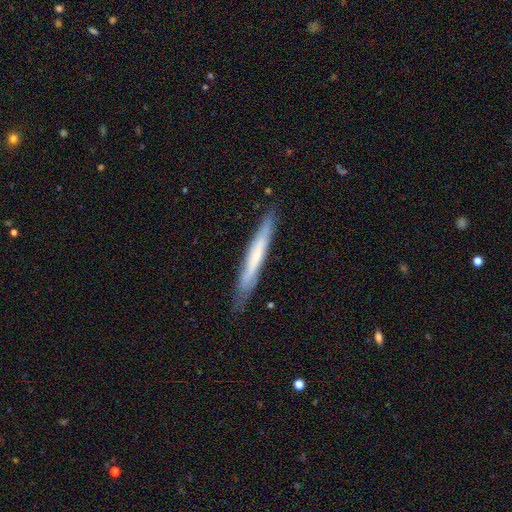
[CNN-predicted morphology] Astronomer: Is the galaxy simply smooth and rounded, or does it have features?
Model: smooth — 47%, tied with featured or disk at 47%.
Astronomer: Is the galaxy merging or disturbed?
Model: none — 83%.